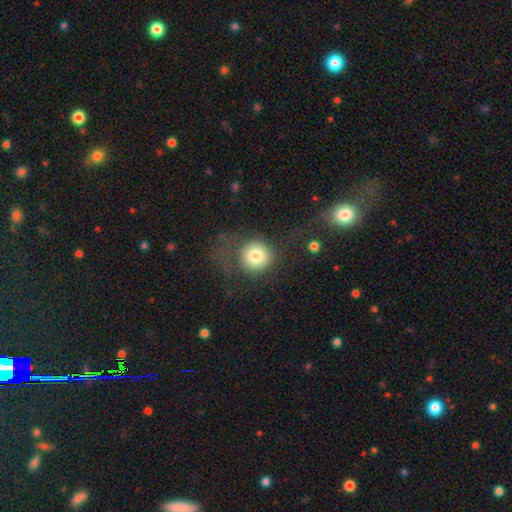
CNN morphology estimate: Overall: smooth (80%). How rounded: round (92%). Merging: none (60%; major disturbance 21%).